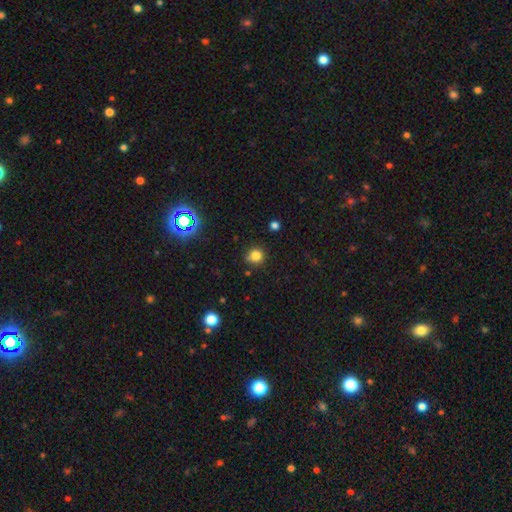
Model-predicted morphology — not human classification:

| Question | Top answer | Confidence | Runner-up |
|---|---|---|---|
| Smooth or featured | smooth | 80% | star or artifact (15%) |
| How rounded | round | 90% | in between (9%) |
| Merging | none | 77% | minor disturbance (15%) |